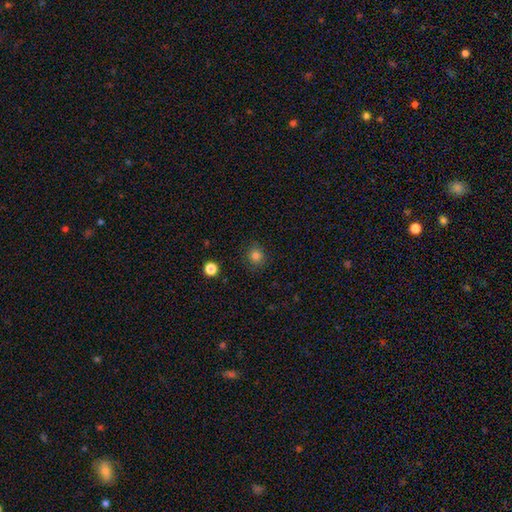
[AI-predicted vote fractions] Smooth or featured: smooth — 81% (star or artifact — 13%)
How rounded: round — 89% (in between — 10%)
Merging: none — 88% (minor disturbance — 8%)